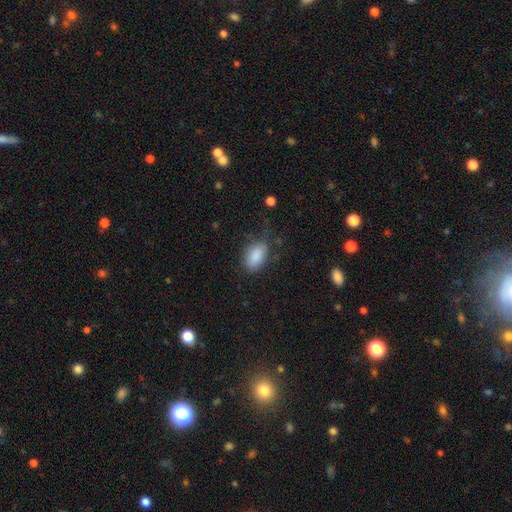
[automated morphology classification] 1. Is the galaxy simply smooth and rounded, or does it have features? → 87% smooth, 7% star or artifact, 6% featured or disk.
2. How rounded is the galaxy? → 91% in between, 7% round, 2% cigar-shaped.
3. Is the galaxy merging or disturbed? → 68% none, 21% minor disturbance, 9% major disturbance, 2% merger.